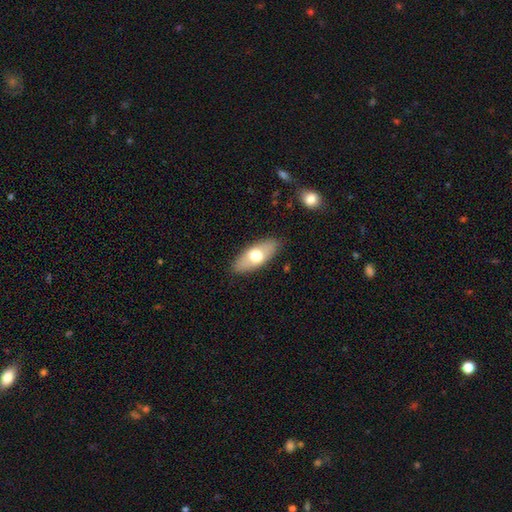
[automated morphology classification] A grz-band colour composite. It shows a smooth galaxy with no disk features (62%) that is in between round and cigar-shaped (80%). Merging: none (87%).